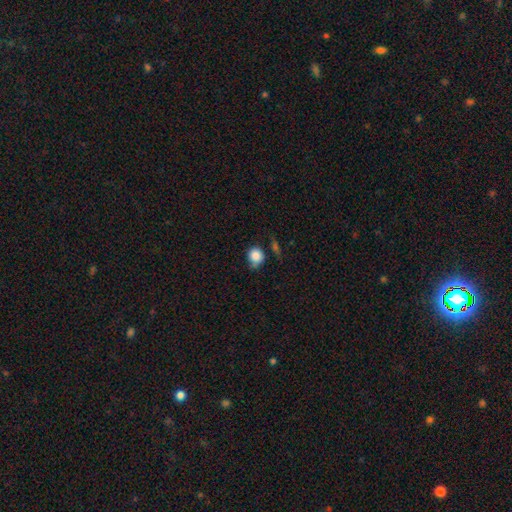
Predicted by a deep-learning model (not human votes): A smooth galaxy with no disk features (84%) that is round (75%).

Vote fractions:
- Smooth or featured? smooth: 84% / star or artifact: 9% / featured or disk: 7%
- How rounded? round: 75% / in between: 24% / cigar-shaped: 1%
- Merging? none: 52% / minor disturbance: 34% / major disturbance: 9% / merger: 5%